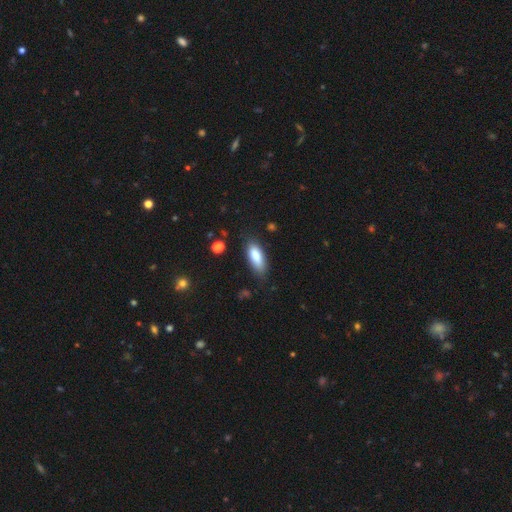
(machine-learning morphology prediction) This appears to be a smooth galaxy with no disk features (84%) that is in between round and cigar-shaped (73%). Merging: none (79%).